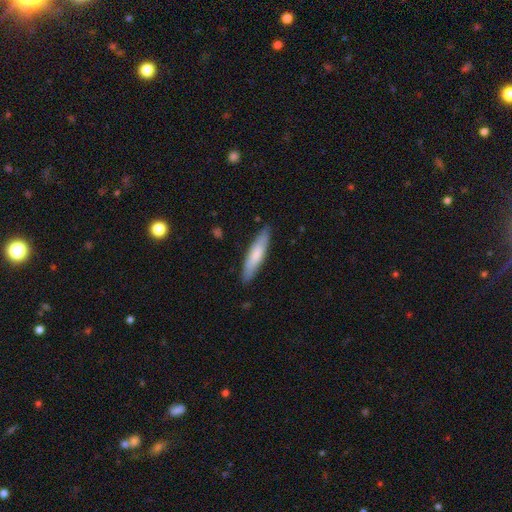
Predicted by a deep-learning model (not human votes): Smooth or featured? smooth (72%)
How rounded? cigar-shaped (82%)
Merging? none (87%)